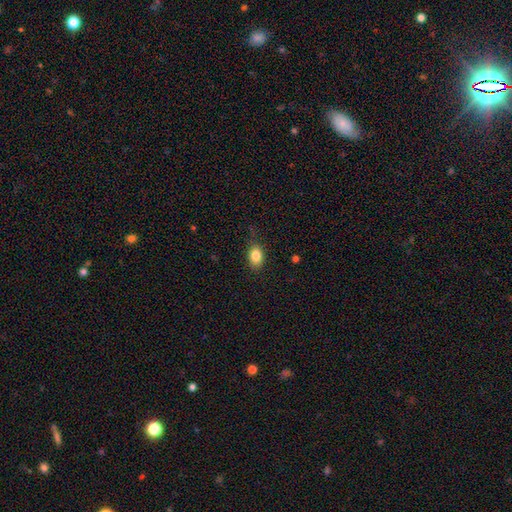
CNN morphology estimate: Smooth or featured?
  - smooth: 85% *
  - star or artifact: 9%
  - featured or disk: 7%
How rounded?
  - in between: 82% *
  - round: 16%
  - cigar-shaped: 2%
Merging?
  - none: 79% *
  - minor disturbance: 16%
  - major disturbance: 4%
  - merger: 1%